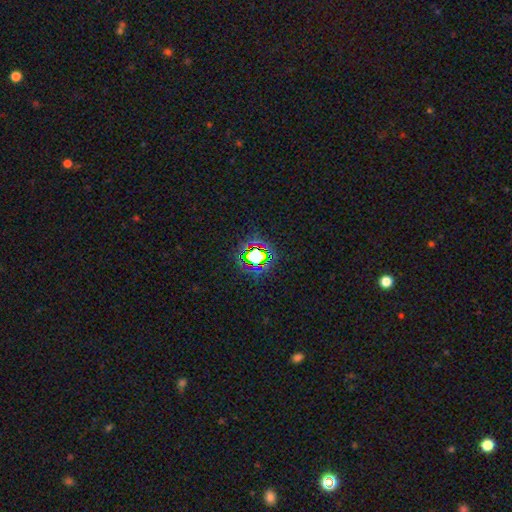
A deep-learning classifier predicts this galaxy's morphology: star or artifact 68%, smooth 20%, featured or disk 12%.